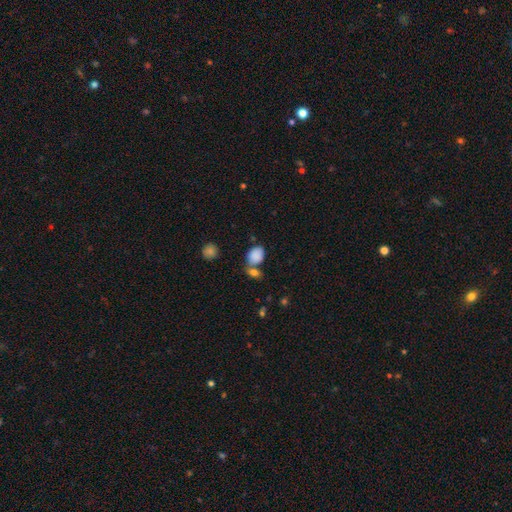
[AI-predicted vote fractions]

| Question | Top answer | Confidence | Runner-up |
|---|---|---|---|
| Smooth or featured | smooth | 85% | star or artifact (9%) |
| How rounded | in between | 69% | round (30%) |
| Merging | none | 49% | merger (31%) |